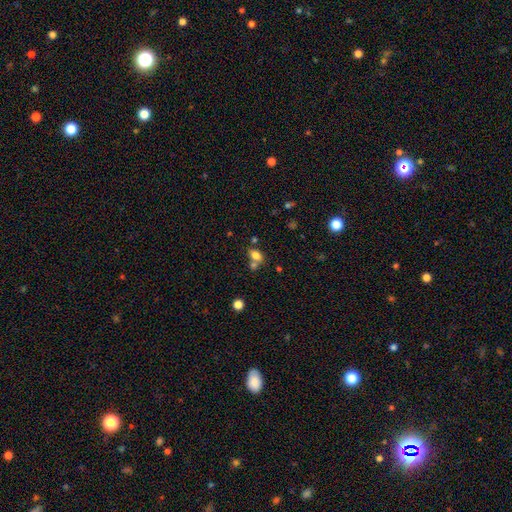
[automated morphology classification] smooth_or_featured: smooth (p=0.79) [alt: star or artifact p=0.12]
how_rounded: in between (p=0.76) [alt: round p=0.22]
merging: none (p=0.46) [alt: merger p=0.37]